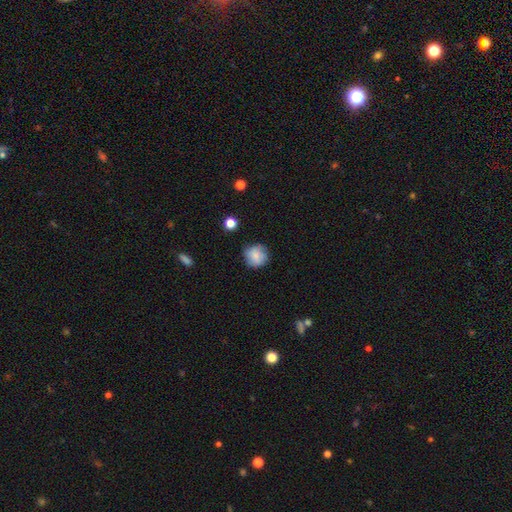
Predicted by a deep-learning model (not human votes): Smooth or featured: smooth — 80% (featured or disk — 11%)
How rounded: round — 89% (in between — 9%)
Merging: none — 77% (minor disturbance — 17%)